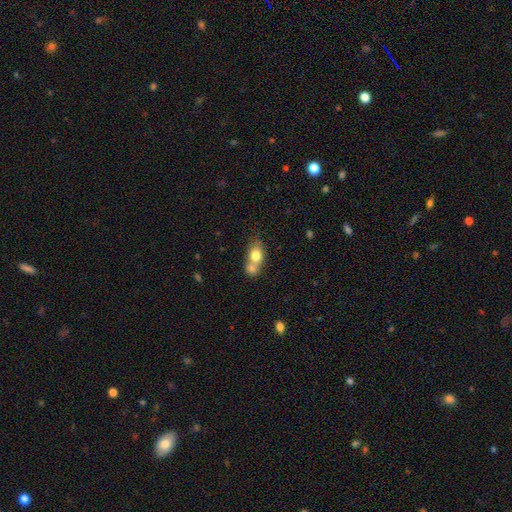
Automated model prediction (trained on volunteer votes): smooth 73%, featured or disk 18%, star or artifact 8%. Down the decision tree: how rounded — in between (61%); merging — merger (58%).